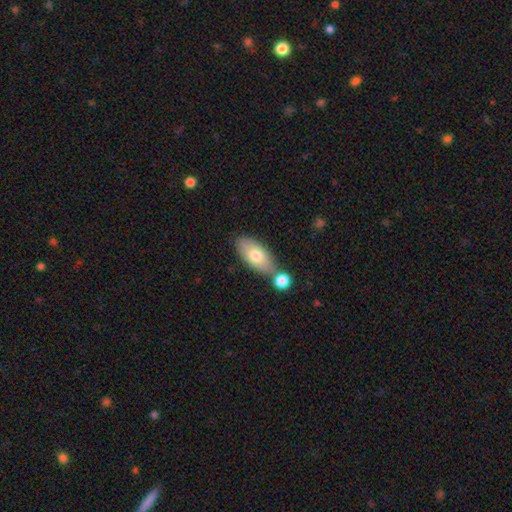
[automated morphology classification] Overall: smooth (73%). How rounded: in between (90%). Merging: none (59%; merger 24%).